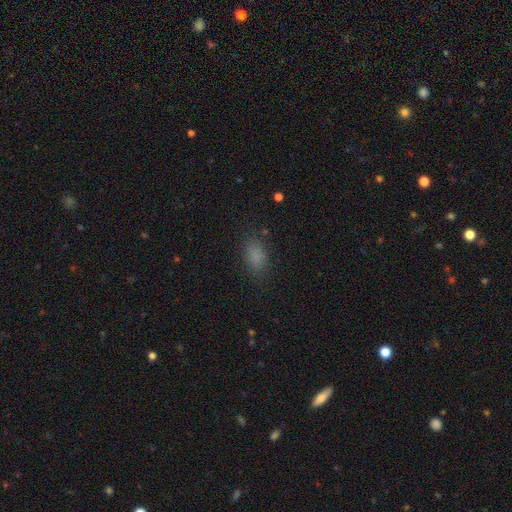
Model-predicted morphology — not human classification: smooth_or_featured: smooth (p=0.82) [alt: star or artifact p=0.13]
how_rounded: in between (p=0.87) [alt: round p=0.10]
merging: none (p=0.81) [alt: minor disturbance p=0.13]